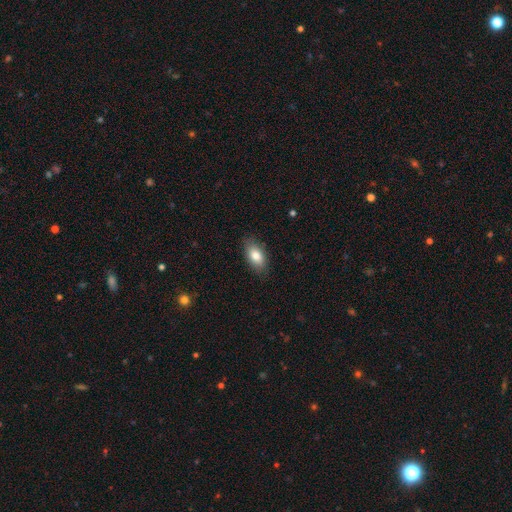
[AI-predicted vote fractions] A smooth galaxy with no disk features (82%) that is in between round and cigar-shaped (90%). Merging: none (86%).